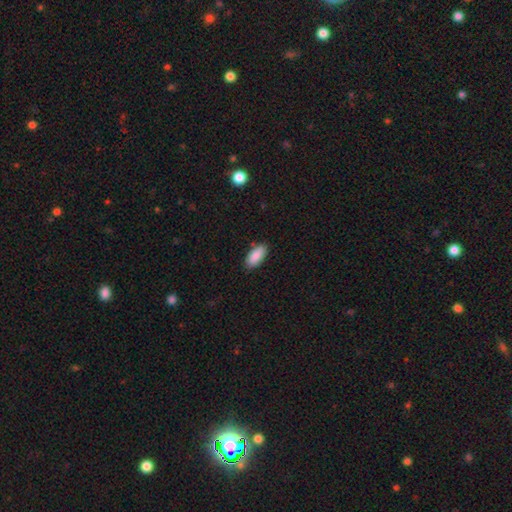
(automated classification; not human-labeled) Overall: smooth (89%). How rounded: in between (90%). Merging: none (86%).